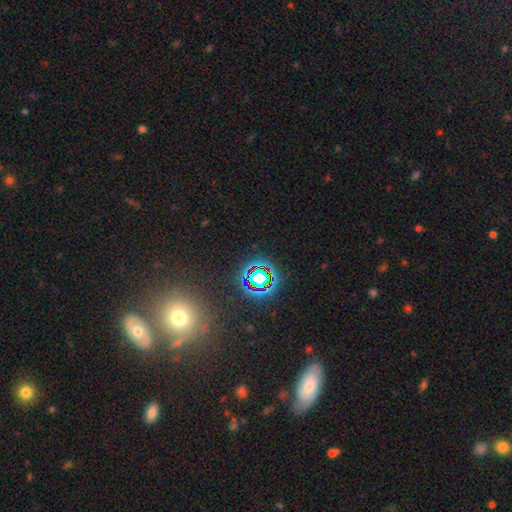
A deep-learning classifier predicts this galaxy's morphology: The model was most divided on "smooth or featured": star or artifact: 57%, smooth: 29%, featured or disk: 15%.